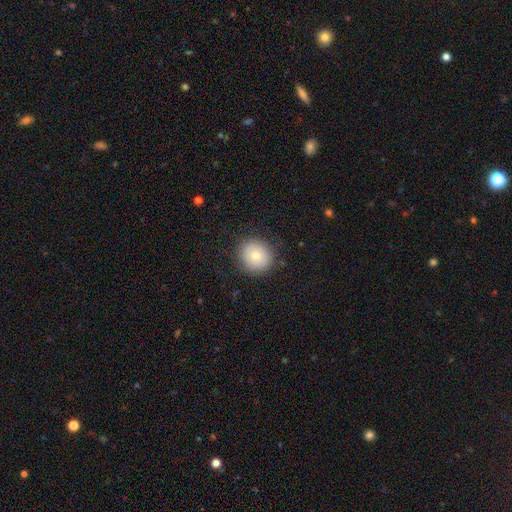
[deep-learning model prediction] smooth_or_featured: smooth (p=0.79) [alt: featured or disk p=0.12]
how_rounded: round (p=0.83) [alt: in between p=0.16]
merging: none (p=0.86) [alt: minor disturbance p=0.10]